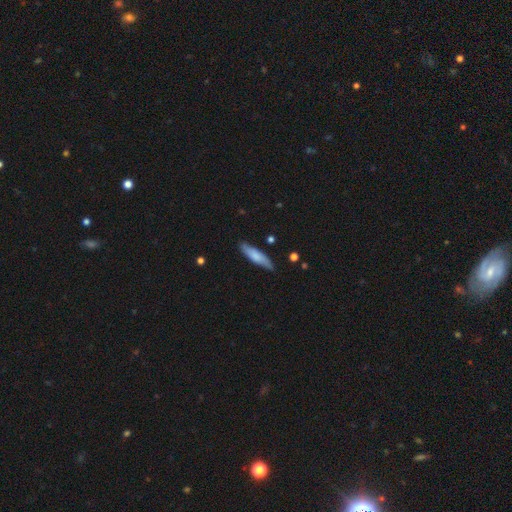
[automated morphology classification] smooth-or-featured: smooth: 70% | featured or disk: 25% | star or artifact: 6%
  how-rounded: cigar-shaped: 75% | in between: 23% | round: 1%
  merging: none: 82% | minor disturbance: 14% | major disturbance: 2% | merger: 2%